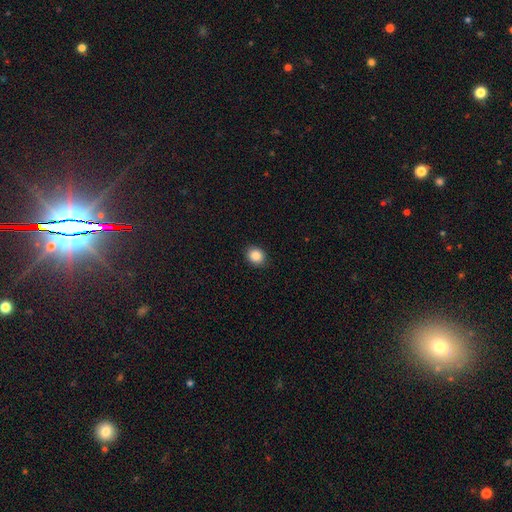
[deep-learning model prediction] Smooth or featured? Predicted: smooth (p=0.88). How rounded? Predicted: round (p=0.70). Merging? Predicted: none (p=0.90).